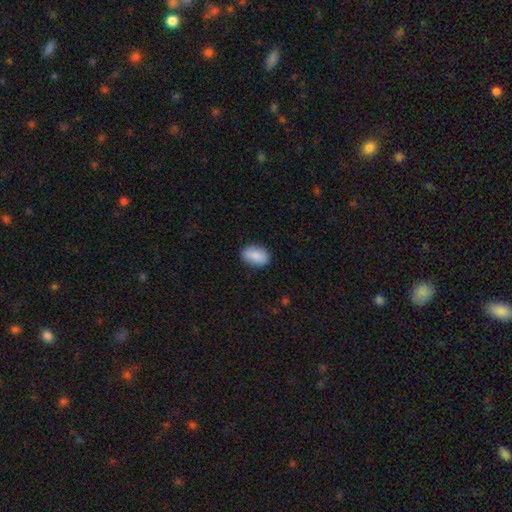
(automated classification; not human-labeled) Morphology: type=smooth (85%); roundness=in between (86%); merging=none (87%).